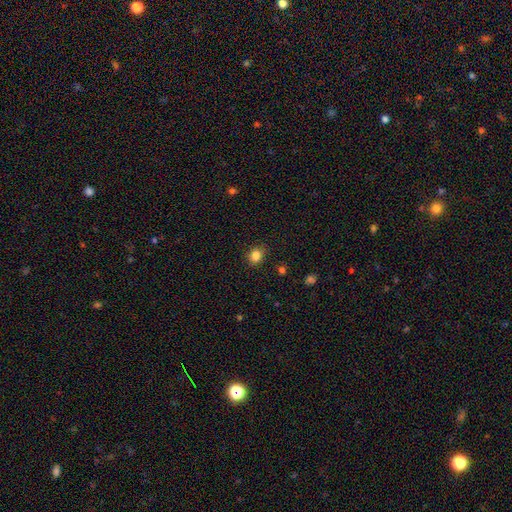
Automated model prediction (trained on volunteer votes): Smooth or featured? Predicted: smooth (p=0.84). How rounded? Predicted: round (p=0.62). Merging? Predicted: none (p=0.86).